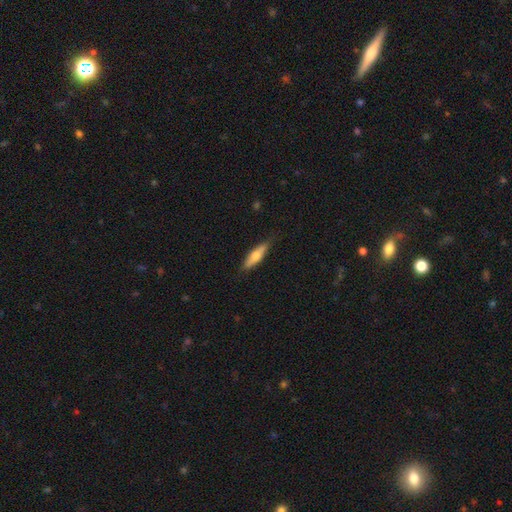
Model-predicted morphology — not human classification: Overall: smooth (59%; featured or disk 35%). How rounded: cigar-shaped (65%; in between 33%). Merging: none (82%).